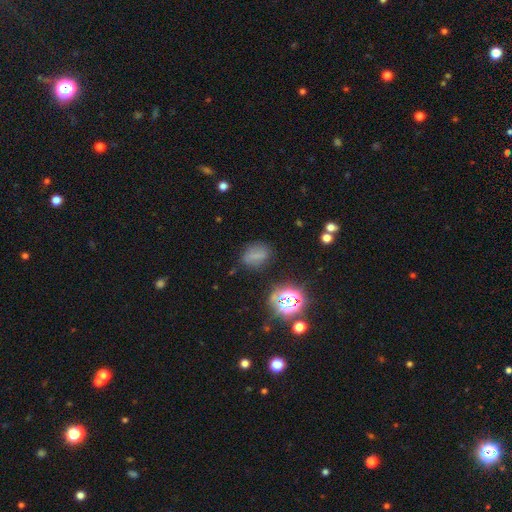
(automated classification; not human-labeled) A smooth galaxy with no disk features (60%) that is in between round and cigar-shaped (70%).

Vote fractions:
- Smooth or featured? smooth: 60% / star or artifact: 23% / featured or disk: 17%
- How rounded? in between: 70% / round: 26% / cigar-shaped: 4%
- Merging? none: 71% / minor disturbance: 18% / major disturbance: 7% / merger: 3%